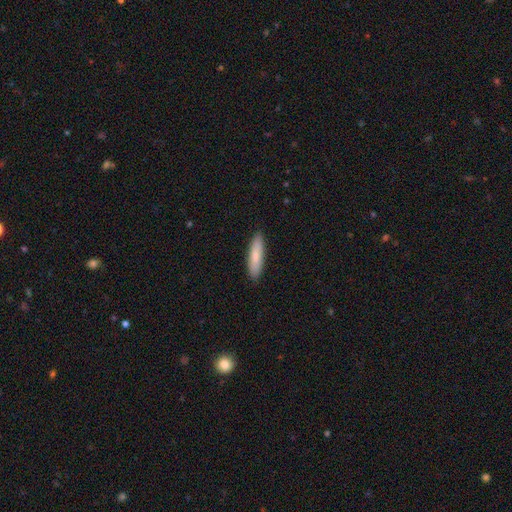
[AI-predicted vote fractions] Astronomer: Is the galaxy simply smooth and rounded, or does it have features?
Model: smooth — 81%.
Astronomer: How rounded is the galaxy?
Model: cigar-shaped — 72%.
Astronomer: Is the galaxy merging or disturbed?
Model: none — 89%.